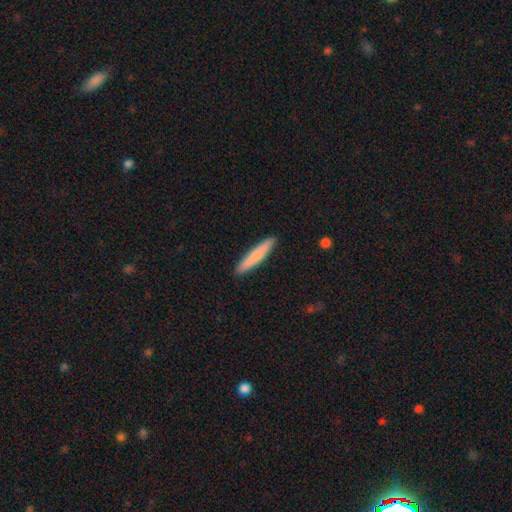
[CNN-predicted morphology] type=smooth (78%); roundness=cigar-shaped (93%); merging=none (92%).